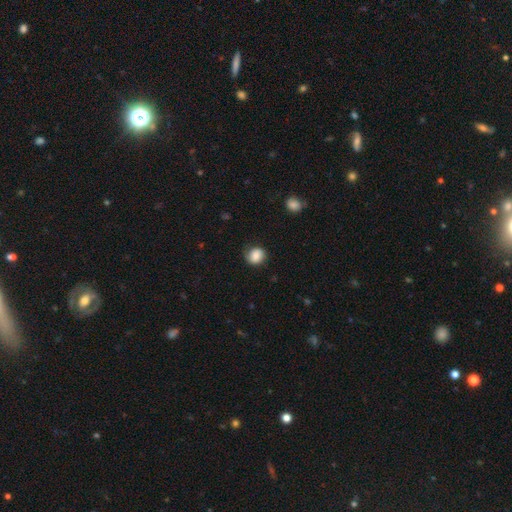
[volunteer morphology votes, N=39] smooth-or-featured: smooth: 79% | featured or disk: 13% | star or artifact: 8%
  how-rounded: round: 94% | in between: 6% | cigar-shaped: 0%
  merging: none: 72% | minor disturbance: 22% | major disturbance: 6% | merger: 0%